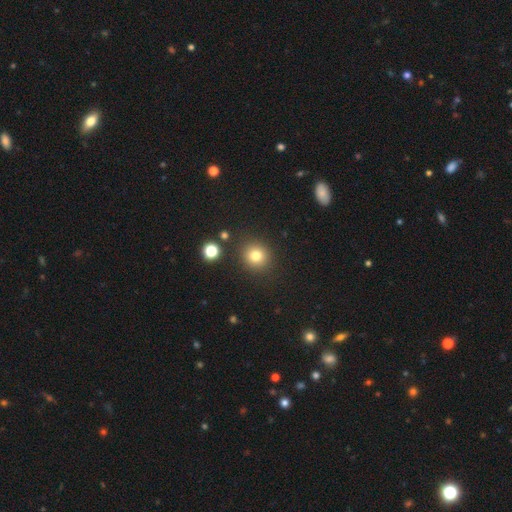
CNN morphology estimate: Overall: smooth (79%). How rounded: round (89%). Merging: none (87%).